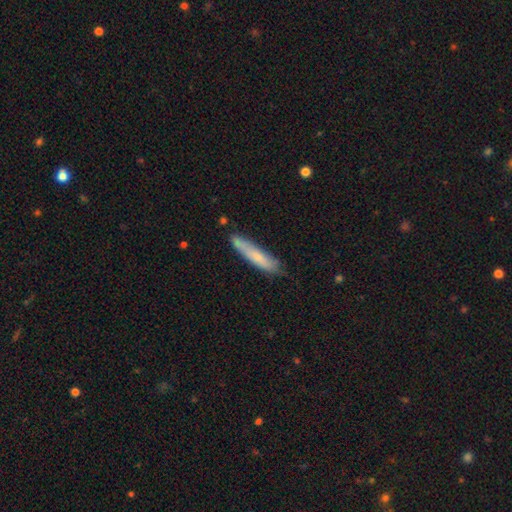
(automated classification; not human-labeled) Smooth or featured: smooth — 69% (featured or disk — 25%)
How rounded: cigar-shaped — 89% (in between — 9%)
Merging: none — 74% (minor disturbance — 20%)